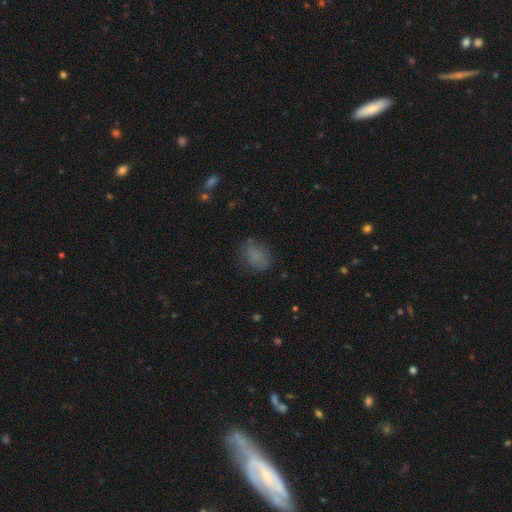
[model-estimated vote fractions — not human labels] smooth_or_featured: smooth (p=0.79) [alt: star or artifact p=0.14]
how_rounded: in between (p=0.68) [alt: round p=0.30]
merging: none (p=0.74) [alt: minor disturbance p=0.18]